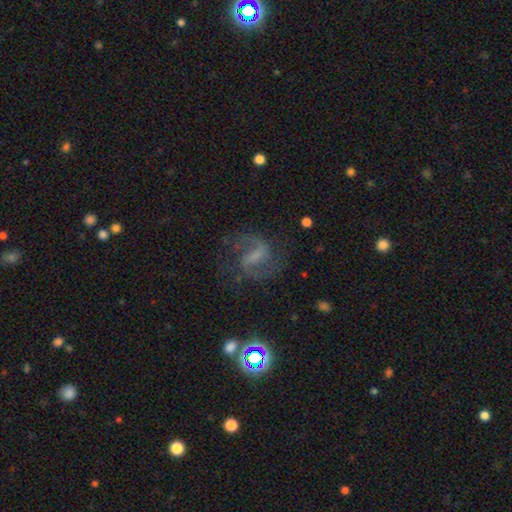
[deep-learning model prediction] Overall: featured or disk (80%). Edge-on disk: no (97%). Bar: weak (49%; strong 36%). Spiral arms: yes (95%). Spiral arm count: 2 (89%). Spiral winding: medium (55%; loose 32%). Bulge size: none (46%; small 31%). Merging: none (71%).